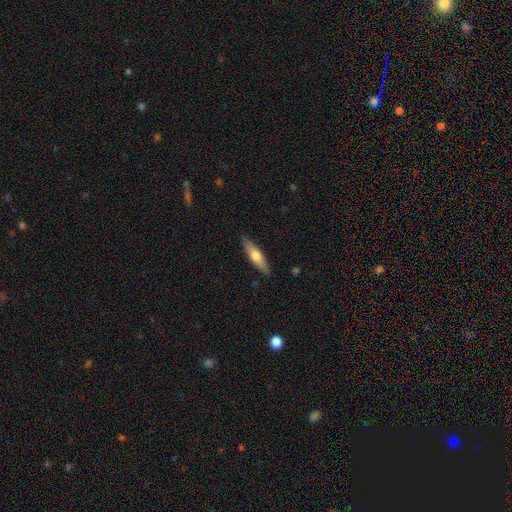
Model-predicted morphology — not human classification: Q: Smooth or featured?
A: smooth (50%); runner-up: featured or disk (45%)
Q: Merging?
A: none (88%); runner-up: minor disturbance (9%)